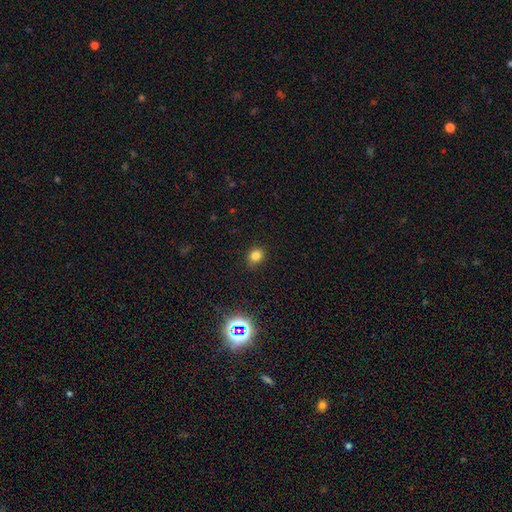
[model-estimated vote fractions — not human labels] Smooth or featured? smooth (78%)
How rounded? round (70%)
Merging? none (84%)